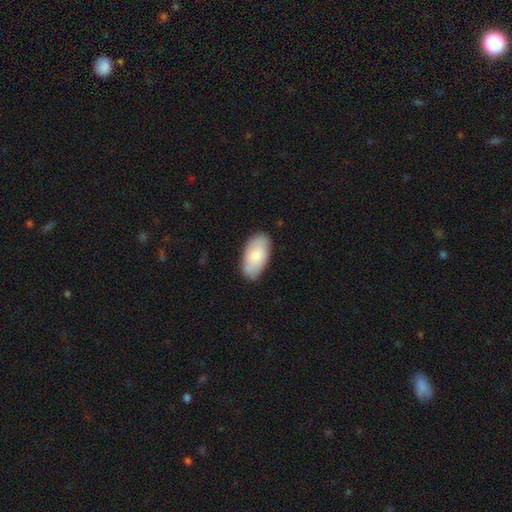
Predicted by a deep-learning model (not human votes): Q: Smooth or featured?
A: smooth (79%); runner-up: featured or disk (15%)
Q: How rounded?
A: in between (95%); runner-up: cigar-shaped (3%)
Q: Merging?
A: none (82%); runner-up: minor disturbance (14%)